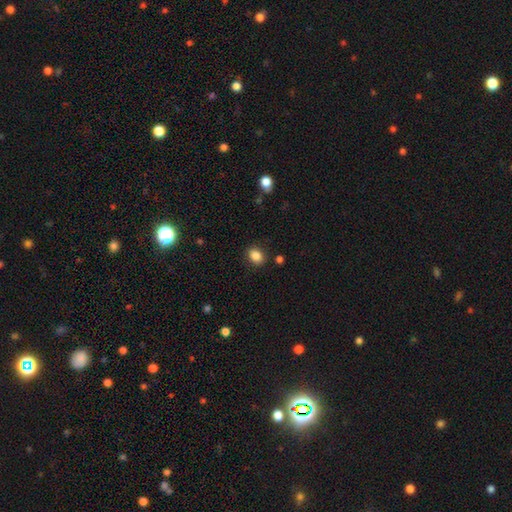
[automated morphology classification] A smooth galaxy with no disk features (87%) that is in between round and cigar-shaped (66%). Merging: none (85%).